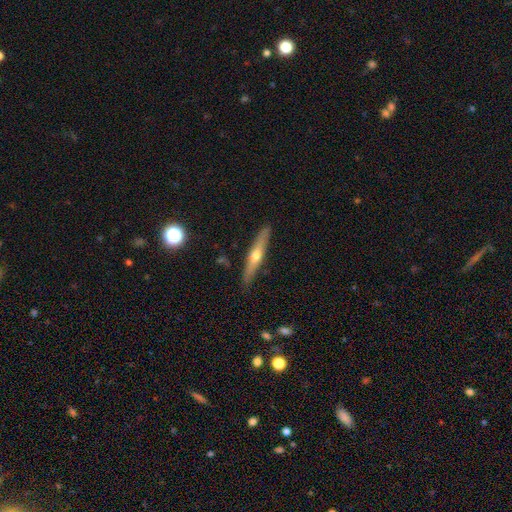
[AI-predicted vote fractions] This is possibly a featured or disk galaxy (57%). It is clearly viewed edge-on (94%). Edge-on bulge: clearly rounded (88%). Merging: clearly none (88%).